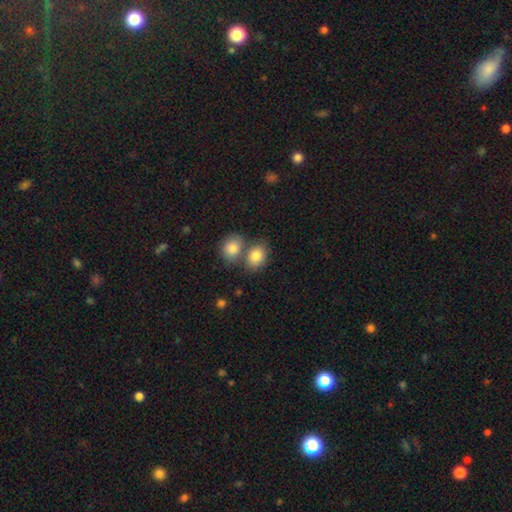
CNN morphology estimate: smooth_or_featured: smooth (p=0.85) [alt: featured or disk p=0.08]
how_rounded: in between (p=0.66) [alt: round p=0.33]
merging: merger (p=0.44) [alt: none p=0.42]